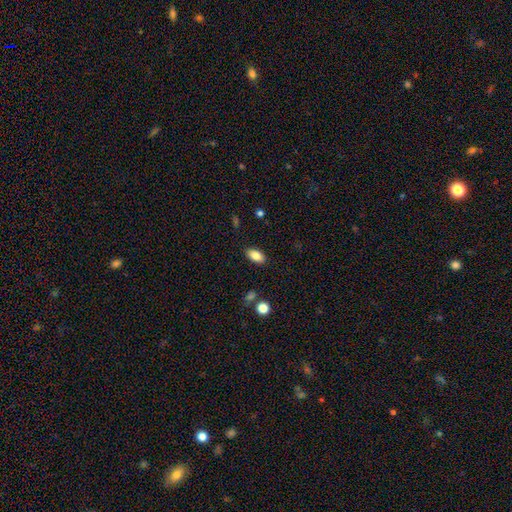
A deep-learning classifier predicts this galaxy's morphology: A smooth galaxy with no disk features (84%) that is in between round and cigar-shaped (91%).

Vote fractions:
- Smooth or featured? smooth: 84% / star or artifact: 8% / featured or disk: 8%
- How rounded? in between: 91% / round: 4% / cigar-shaped: 4%
- Merging? none: 87% / minor disturbance: 9% / major disturbance: 2% / merger: 1%